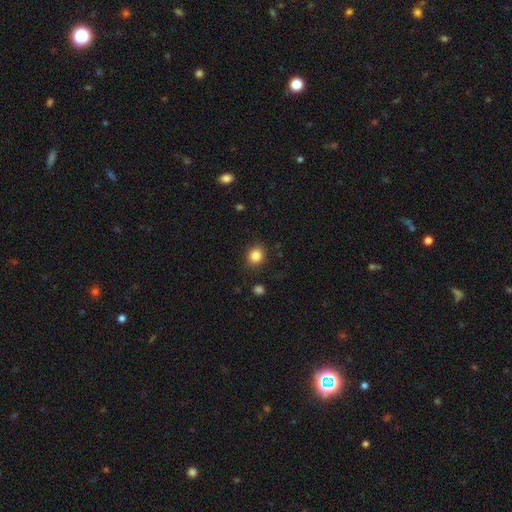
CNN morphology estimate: Smooth or featured?
  - smooth: 85% *
  - star or artifact: 10%
  - featured or disk: 5%
How rounded?
  - round: 75% *
  - in between: 24%
  - cigar-shaped: 1%
Merging?
  - none: 87% *
  - minor disturbance: 9%
  - major disturbance: 3%
  - merger: 1%